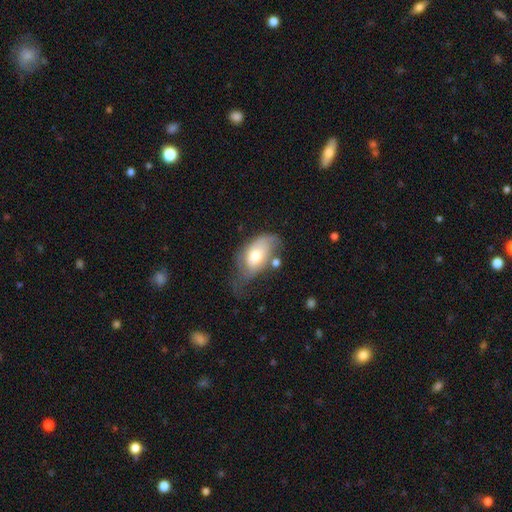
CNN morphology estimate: Smooth or featured? Predicted: smooth (p=0.56). How rounded? Predicted: in between (p=0.90). Merging? Predicted: minor disturbance (p=0.33).